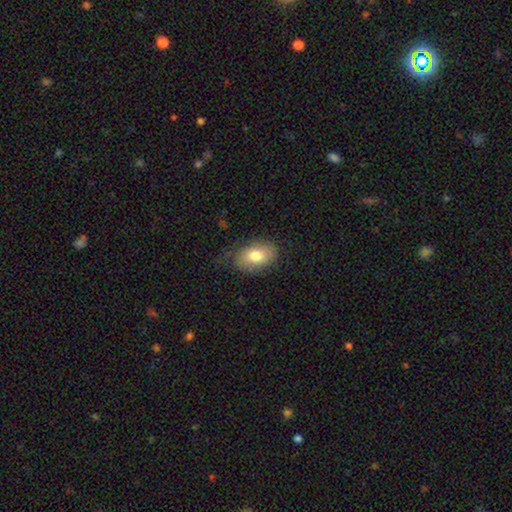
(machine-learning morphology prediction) smooth-or-featured: smooth: 78% | featured or disk: 15% | star or artifact: 8%
  how-rounded: in between: 87% | round: 11% | cigar-shaped: 1%
  merging: none: 67% | minor disturbance: 23% | major disturbance: 8% | merger: 1%